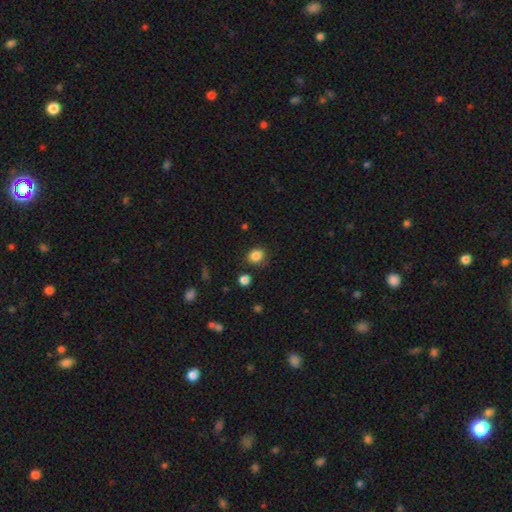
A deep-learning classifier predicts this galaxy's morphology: smooth-or-featured: smooth: 85% | star or artifact: 11% | featured or disk: 4%
  how-rounded: round: 74% | in between: 25% | cigar-shaped: 1%
  merging: none: 81% | minor disturbance: 12% | major disturbance: 4% | merger: 3%